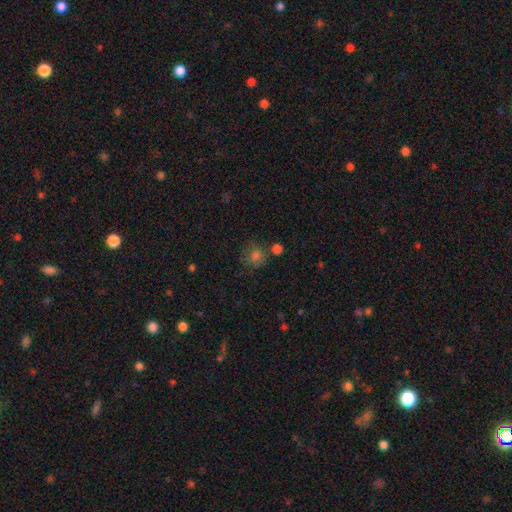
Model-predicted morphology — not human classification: Smooth or featured: smooth — 71% (star or artifact — 20%)
How rounded: round — 87% (in between — 12%)
Merging: none — 72% (minor disturbance — 14%)